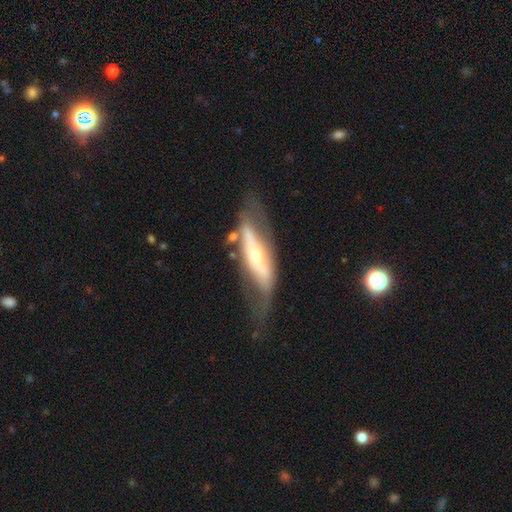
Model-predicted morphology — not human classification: Smooth or featured? featured or disk (69%)
Edge-on disk? no (62%)
Merging? none (47%)